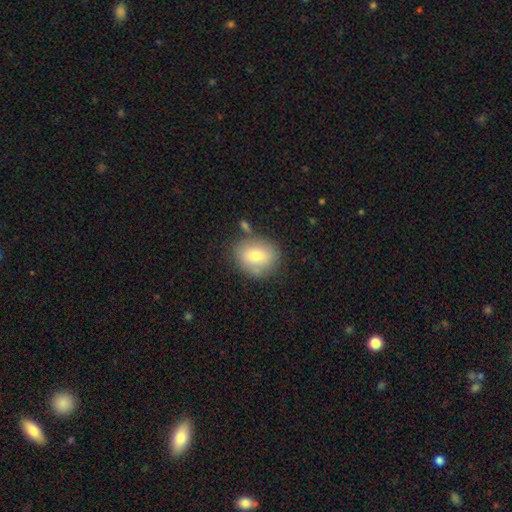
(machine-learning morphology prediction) A smooth galaxy with no disk features (74%) that is round (56%). Merging: none (73%).